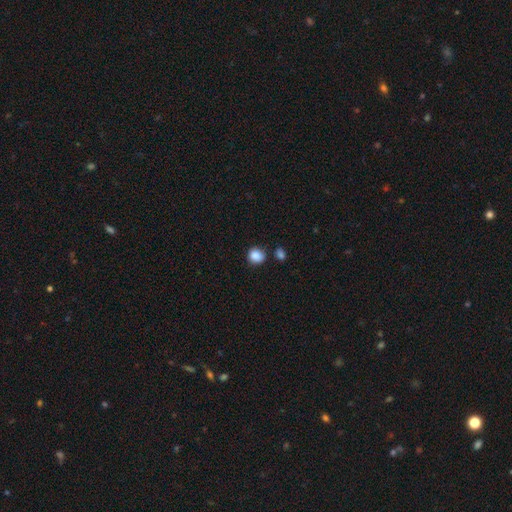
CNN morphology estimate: type=smooth (87%); roundness=round (80%); merging=none (76%).